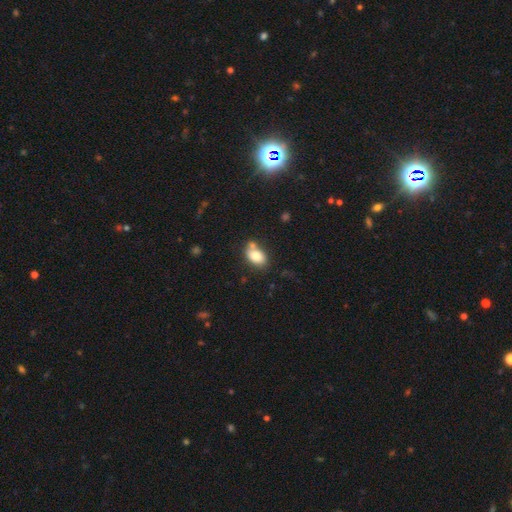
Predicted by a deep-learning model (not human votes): Overall: smooth (81%). How rounded: in between (85%). Merging: none (60%; merger 20%).